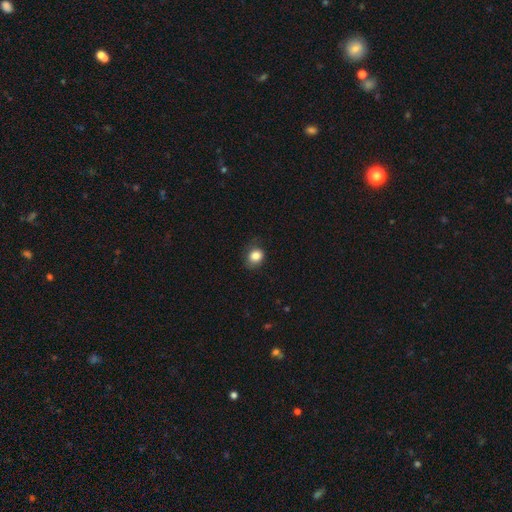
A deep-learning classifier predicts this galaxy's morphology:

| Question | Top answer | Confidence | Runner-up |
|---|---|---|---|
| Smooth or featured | smooth | 84% | star or artifact (10%) |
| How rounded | round | 60% | in between (39%) |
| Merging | none | 71% | minor disturbance (22%) |